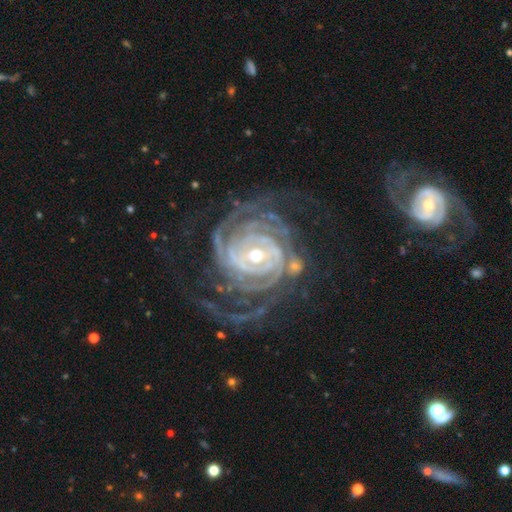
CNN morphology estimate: Smooth or featured? featured or disk (92%)
Edge-on disk? no (97%)
Bar? no (43%)
Spiral arms? yes (98%)
Spiral winding? tight (77%)
Spiral arm count? 4 (22%)
Bulge size? moderate (48%, tied with small)
Merging? none (64%)